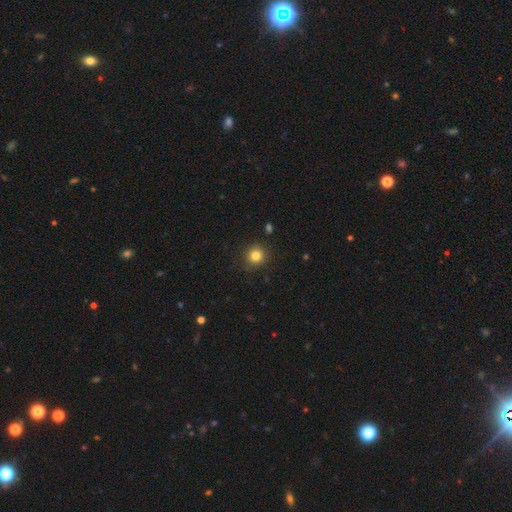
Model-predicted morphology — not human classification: smooth-or-featured: smooth: 82% | star or artifact: 12% | featured or disk: 6%
  how-rounded: round: 93% | in between: 6% | cigar-shaped: 1%
  merging: none: 90% | minor disturbance: 7% | major disturbance: 2% | merger: 1%